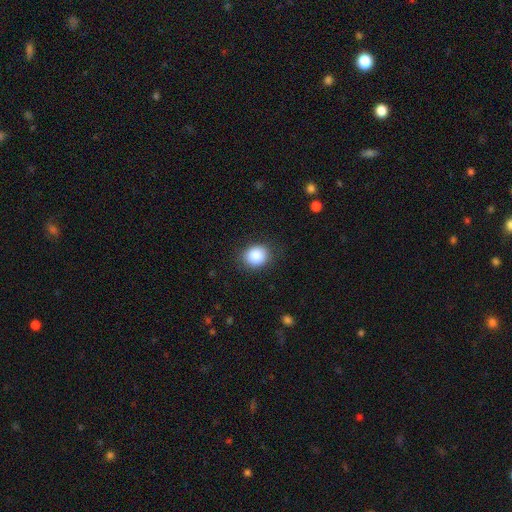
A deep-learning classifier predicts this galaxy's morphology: Smooth or featured?
  - smooth: 87% *
  - star or artifact: 8%
  - featured or disk: 4%
How rounded?
  - round: 71% *
  - in between: 28%
  - cigar-shaped: 1%
Merging?
  - none: 86% *
  - minor disturbance: 10%
  - major disturbance: 3%
  - merger: 1%